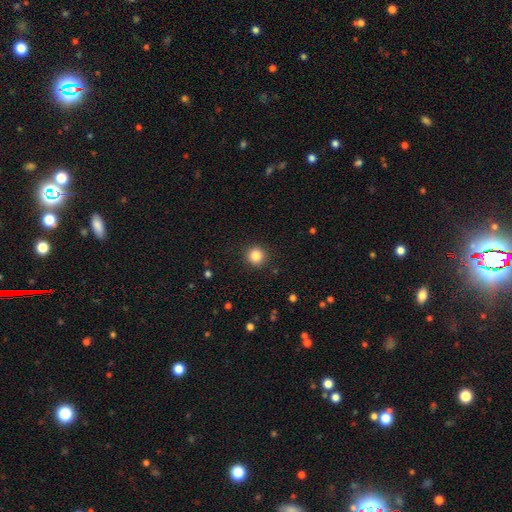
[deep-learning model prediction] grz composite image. It shows a smooth galaxy with no disk features (85%) that is round (94%). Merging: none (92%).